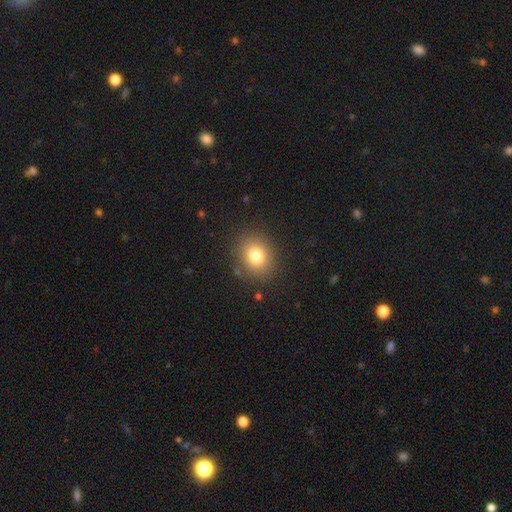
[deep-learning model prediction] Smooth or featured? smooth (79%)
How rounded? round (70%)
Merging? none (87%)